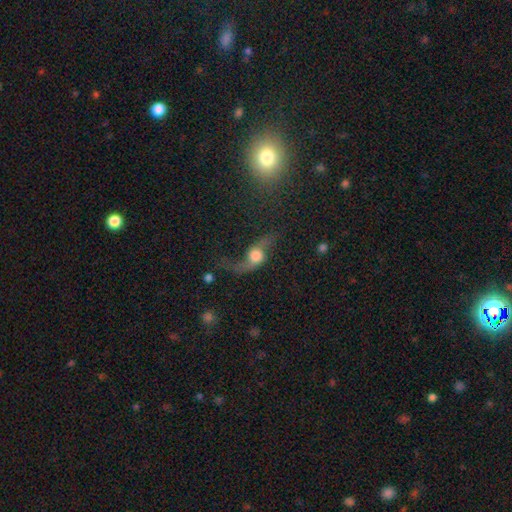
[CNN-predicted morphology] Q: Smooth or featured?
A: featured or disk (65%); runner-up: smooth (25%)
Q: Edge-on disk?
A: no (80%); runner-up: yes (20%)
Q: Bar?
A: no (71%); runner-up: weak (23%)
Q: Spiral arms?
A: yes (86%); runner-up: no (14%)
Q: Bulge size?
A: large (41%); runner-up: moderate (34%)
Q: Merging?
A: none (42%); runner-up: major disturbance (34%)